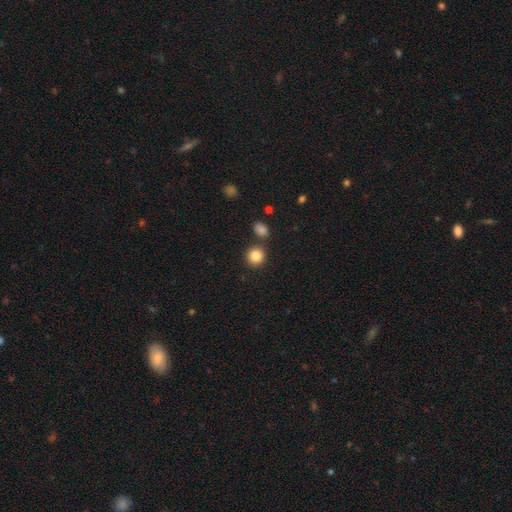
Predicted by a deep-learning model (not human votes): Smooth or featured? smooth (85%)
How rounded? round (89%)
Merging? none (80%)